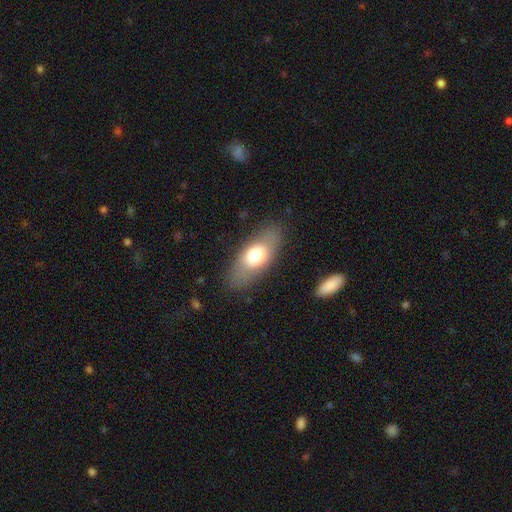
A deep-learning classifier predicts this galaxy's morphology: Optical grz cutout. It shows a smooth galaxy with no disk features (67%) that is in between round and cigar-shaped (83%). Merging: none (82%).